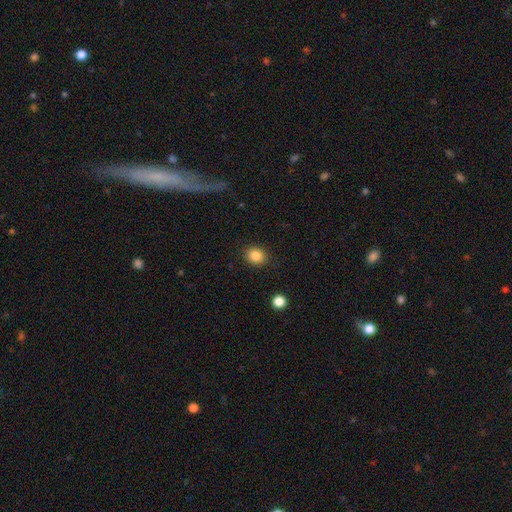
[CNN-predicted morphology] Smooth or featured? smooth (85%)
How rounded? round (71%)
Merging? none (89%)